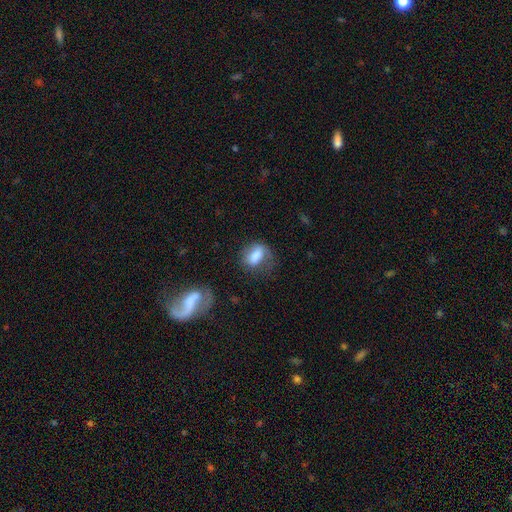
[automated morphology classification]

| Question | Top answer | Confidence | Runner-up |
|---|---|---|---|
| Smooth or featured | smooth | 74% | featured or disk (18%) |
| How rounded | in between | 75% | round (21%) |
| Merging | none | 48% | minor disturbance (27%) |